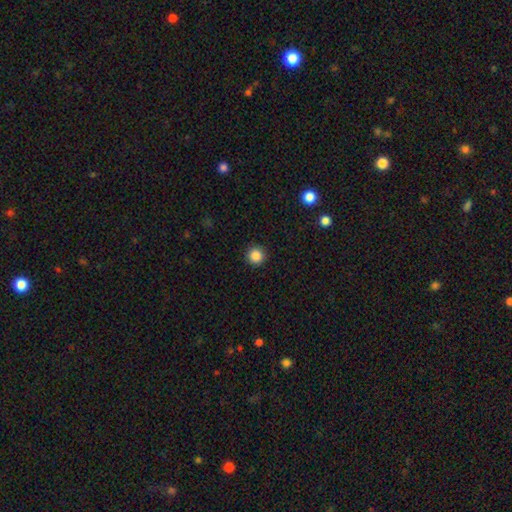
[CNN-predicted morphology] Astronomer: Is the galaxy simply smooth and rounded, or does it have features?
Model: smooth — 87%.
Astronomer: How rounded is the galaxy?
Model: round — 95%.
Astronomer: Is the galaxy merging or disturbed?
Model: none — 92%.